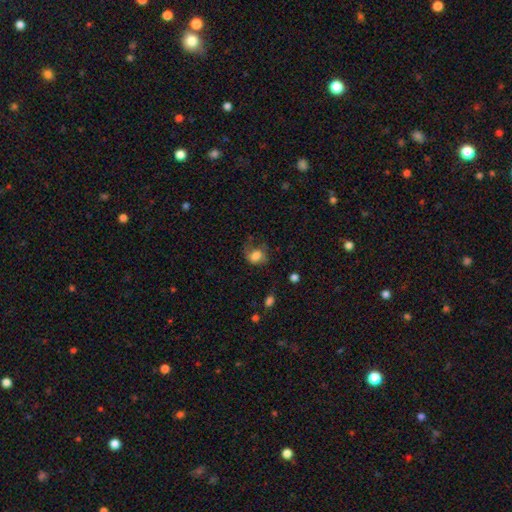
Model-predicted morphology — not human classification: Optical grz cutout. It shows a smooth galaxy with no disk features (75%) that is in between round and cigar-shaped (53%). Merging: none (38%).